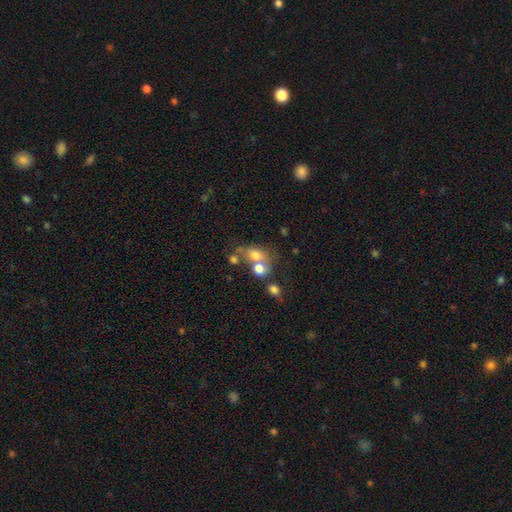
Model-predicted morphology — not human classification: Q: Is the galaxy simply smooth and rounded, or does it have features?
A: smooth — 68%.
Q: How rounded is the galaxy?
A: in between — 54%.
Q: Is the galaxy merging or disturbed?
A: merger — 49%.